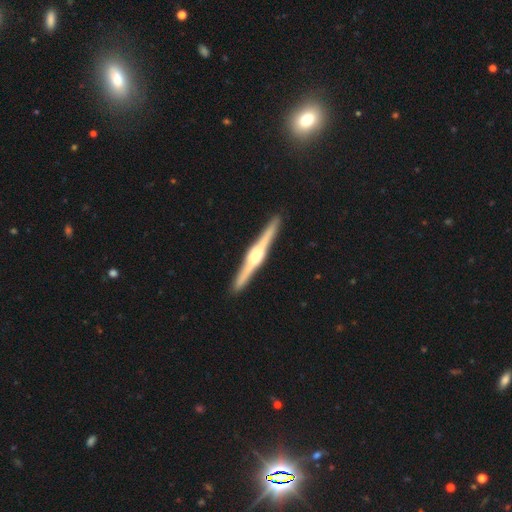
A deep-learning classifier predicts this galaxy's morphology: Smooth or featured: featured or disk — 85% (smooth — 11%)
Edge-on disk: yes — 98% (no — 2%)
Edge-on bulge: rounded — 82% (boxy — 13%)
Merging: none — 92% (minor disturbance — 5%)